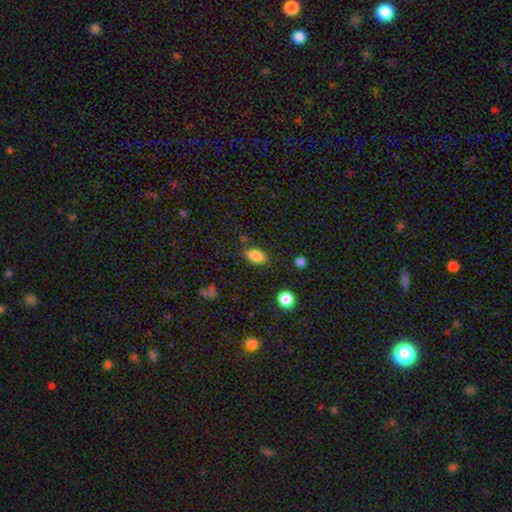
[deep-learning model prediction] This is clearly a smooth galaxy (85%). How rounded: clearly in between (88%). Merging: clearly none (81%).